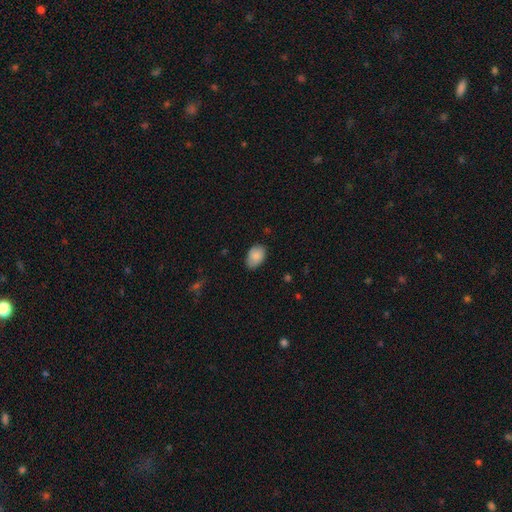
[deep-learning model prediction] Q: Smooth or featured?
A: smooth (87%); runner-up: star or artifact (7%)
Q: How rounded?
A: in between (84%); runner-up: round (15%)
Q: Merging?
A: none (74%); runner-up: minor disturbance (22%)